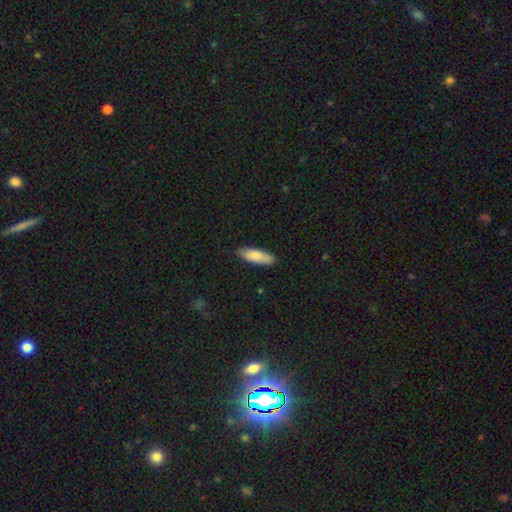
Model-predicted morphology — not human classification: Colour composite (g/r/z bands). It shows a smooth galaxy with no disk features (84%) that is in between round and cigar-shaped (53%). Merging: none (86%).